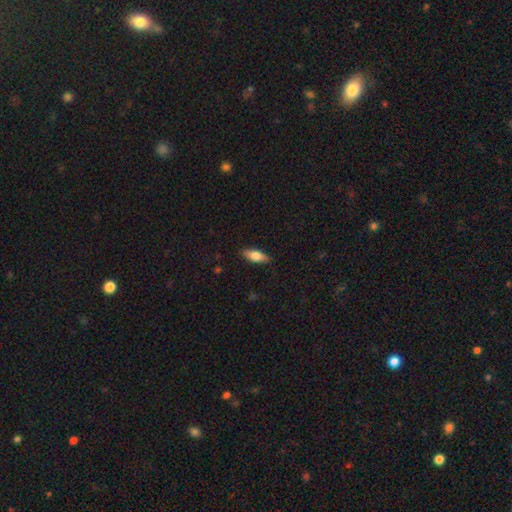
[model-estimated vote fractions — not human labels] Smooth or featured?
  - smooth: 69% *
  - featured or disk: 25%
  - star or artifact: 6%
How rounded?
  - in between: 68% *
  - cigar-shaped: 30%
  - round: 3%
Merging?
  - none: 87% *
  - minor disturbance: 10%
  - major disturbance: 2%
  - merger: 1%